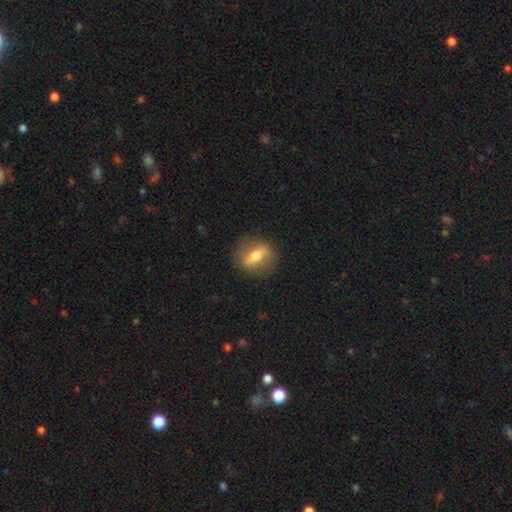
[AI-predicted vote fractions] smooth_or_featured: featured or disk (p=0.49) [alt: smooth p=0.43]
merging: none (p=0.84) [alt: minor disturbance p=0.10]